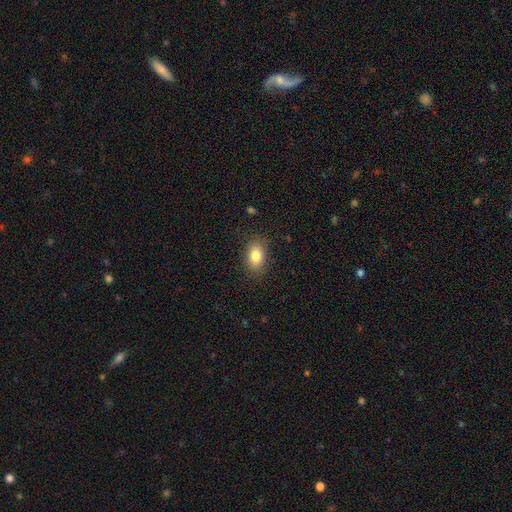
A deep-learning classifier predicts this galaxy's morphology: This appears to be a smooth galaxy with no disk features (82%) that is in between round and cigar-shaped (84%). Merging: none (86%).